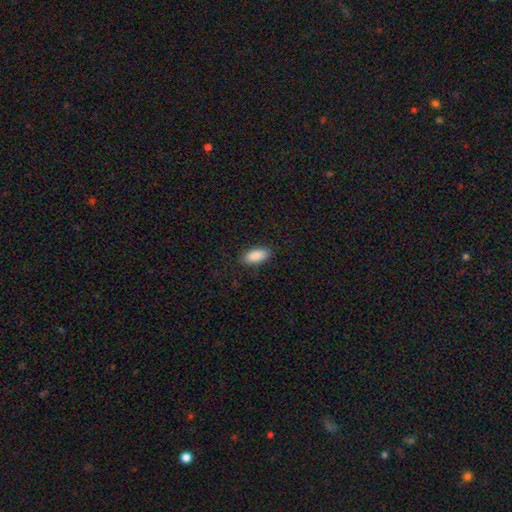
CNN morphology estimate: smooth_or_featured: smooth (p=0.88) [alt: star or artifact p=0.06]
how_rounded: in between (p=0.90) [alt: cigar-shaped p=0.08]
merging: none (p=0.86) [alt: minor disturbance p=0.10]